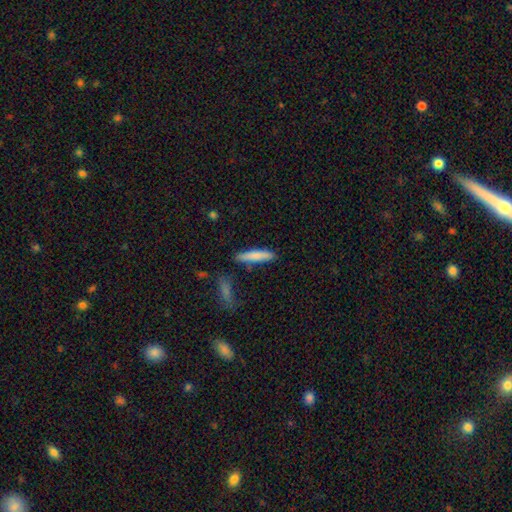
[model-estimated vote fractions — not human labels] smooth-or-featured: smooth: 81% | featured or disk: 13% | star or artifact: 6%
  how-rounded: cigar-shaped: 85% | in between: 13% | round: 2%
  merging: none: 79% | minor disturbance: 13% | merger: 5% | major disturbance: 3%